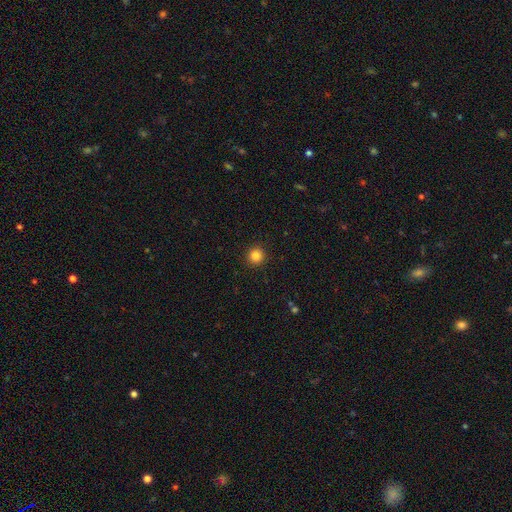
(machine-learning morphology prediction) A smooth galaxy with no disk features (85%) that is round (94%).

Vote fractions:
- Smooth or featured? smooth: 85% / star or artifact: 11% / featured or disk: 4%
- How rounded? round: 94% / in between: 5% / cigar-shaped: 1%
- Merging? none: 92% / minor disturbance: 5% / major disturbance: 2% / merger: 1%